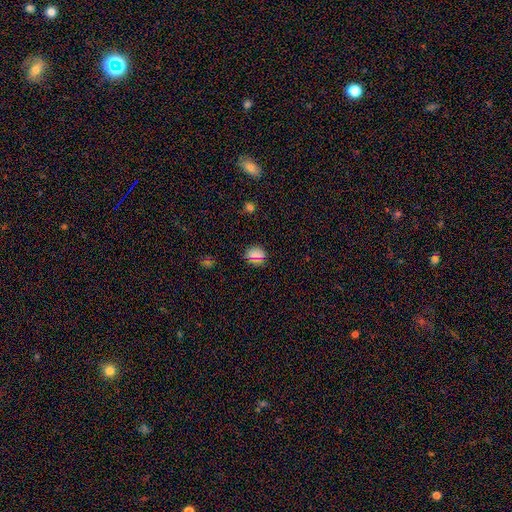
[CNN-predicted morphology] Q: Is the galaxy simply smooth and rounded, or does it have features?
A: smooth — 71%.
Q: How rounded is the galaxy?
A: round — 64%.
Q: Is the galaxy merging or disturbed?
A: none — 85%.